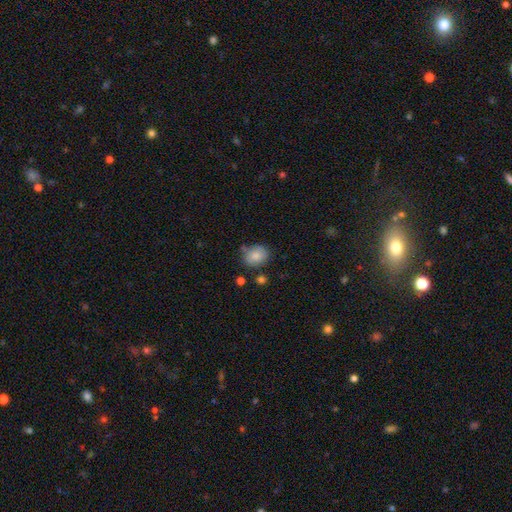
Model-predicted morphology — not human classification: This is clearly a smooth galaxy (82%). How rounded: possibly round (50%). Merging: likely none (69%).